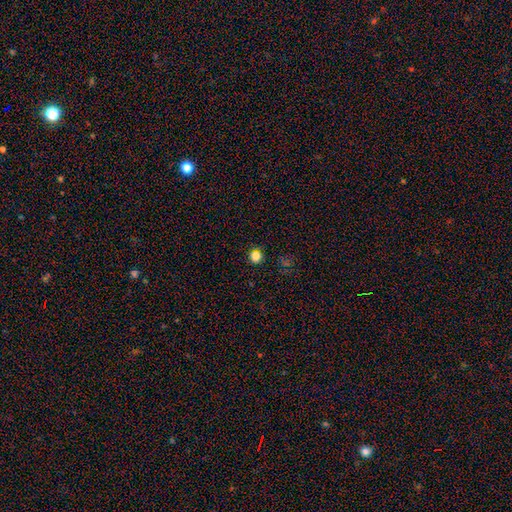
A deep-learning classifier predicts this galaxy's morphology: Q: Smooth or featured?
A: smooth (77%); runner-up: star or artifact (19%)
Q: How rounded?
A: round (91%); runner-up: in between (8%)
Q: Merging?
A: none (90%); runner-up: minor disturbance (6%)